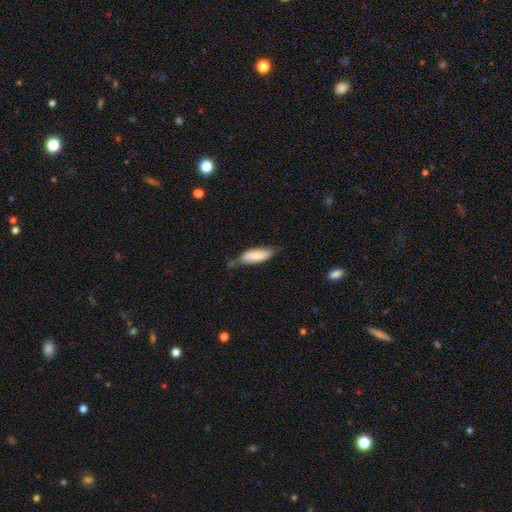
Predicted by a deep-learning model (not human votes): smooth-or-featured: smooth: 82% | featured or disk: 12% | star or artifact: 6%
  how-rounded: in between: 57% | cigar-shaped: 42% | round: 2%
  merging: none: 48% | minor disturbance: 37% | major disturbance: 9% | merger: 6%